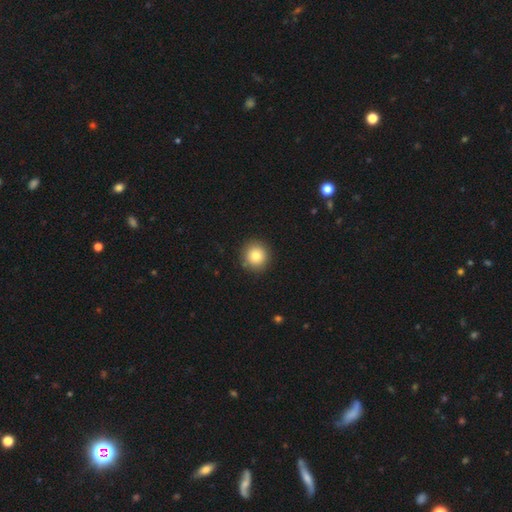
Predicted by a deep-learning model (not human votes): Smooth or featured: smooth — 82% (star or artifact — 10%)
How rounded: round — 94% (in between — 5%)
Merging: none — 90% (minor disturbance — 7%)